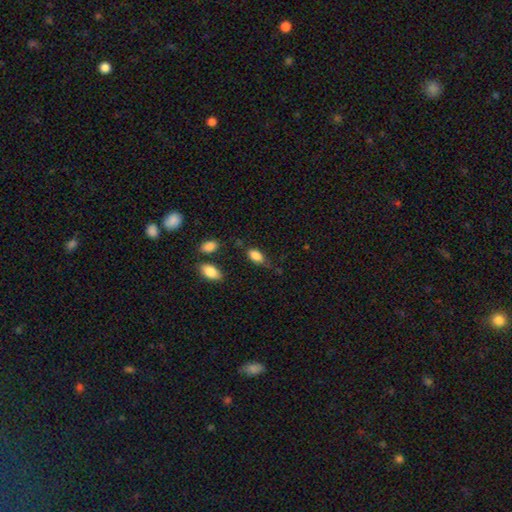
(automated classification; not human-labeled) The model was most divided on "merging": none: 60%, minor disturbance: 28%, major disturbance: 8%, merger: 4%. More confident: how rounded — in between (91%); smooth or featured — smooth (86%).